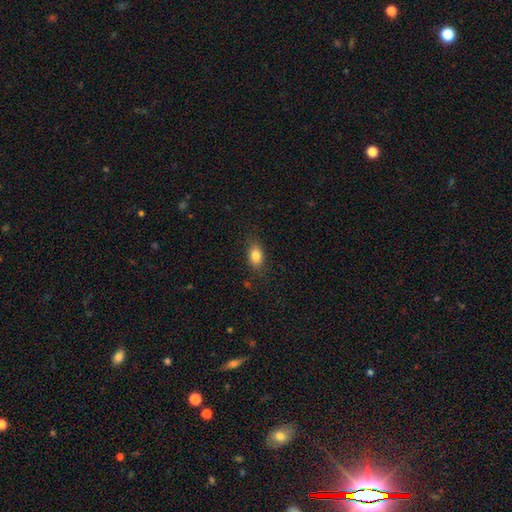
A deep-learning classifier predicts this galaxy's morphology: type=smooth (83%); roundness=in between (82%); merging=none (83%).